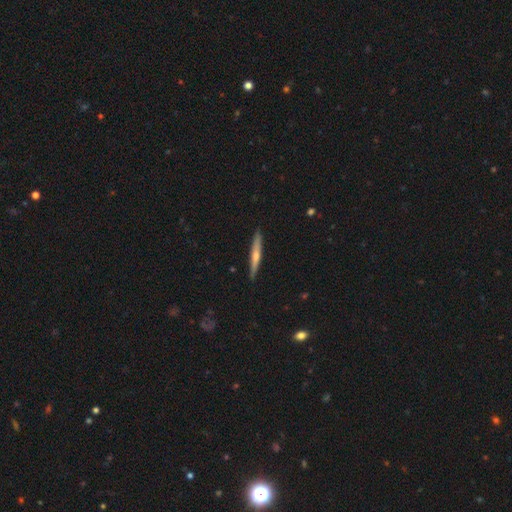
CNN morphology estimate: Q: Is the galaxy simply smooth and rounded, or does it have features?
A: smooth — 48%.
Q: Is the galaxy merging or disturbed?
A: none — 89%.